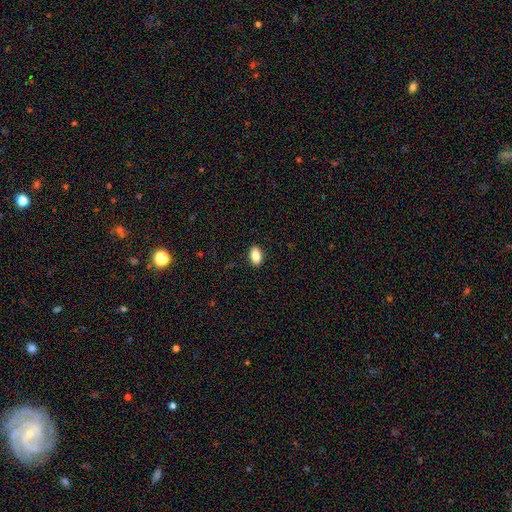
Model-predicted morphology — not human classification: smooth 84%, star or artifact 8%, featured or disk 7%. Down the decision tree: how rounded — in between (89%); merging — none (89%).